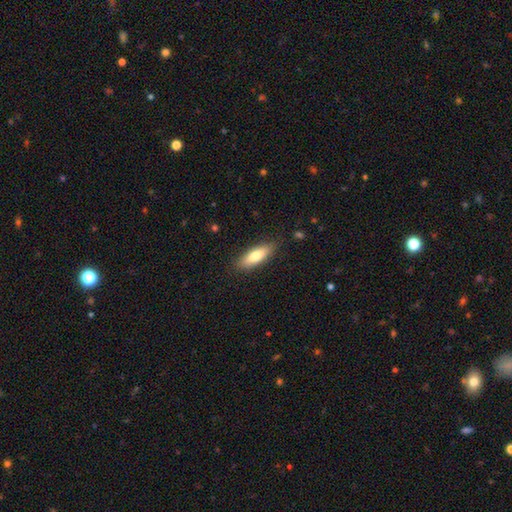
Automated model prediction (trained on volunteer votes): Smooth or featured? Predicted: smooth (p=0.73). How rounded? Predicted: in between (p=0.53). Merging? Predicted: none (p=0.85).